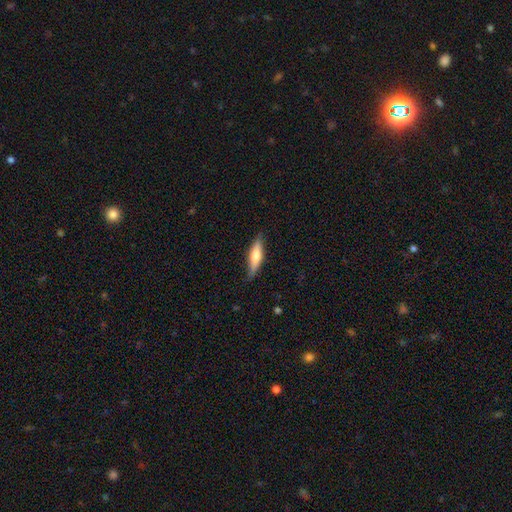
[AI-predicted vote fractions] The model was most divided on "smooth or featured": smooth: 60%, featured or disk: 35%, star or artifact: 6%. More confident: merging — none (78%); how rounded — cigar-shaped (63%).